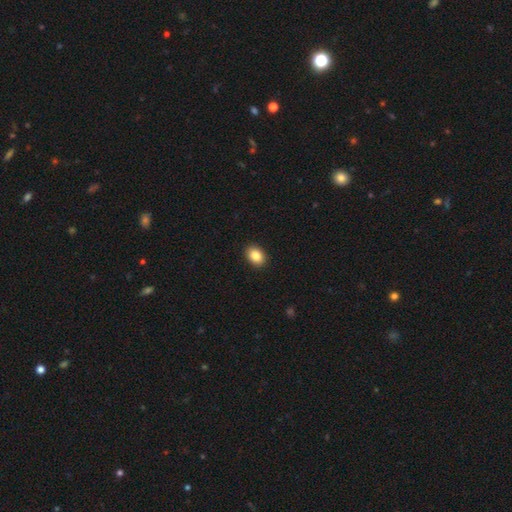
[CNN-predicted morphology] A smooth galaxy with no disk features (87%) that is in between round and cigar-shaped (70%).

Vote fractions:
- Smooth or featured? smooth: 87% / star or artifact: 9% / featured or disk: 5%
- How rounded? in between: 70% / round: 29% / cigar-shaped: 1%
- Merging? none: 91% / minor disturbance: 6% / major disturbance: 2% / merger: 1%